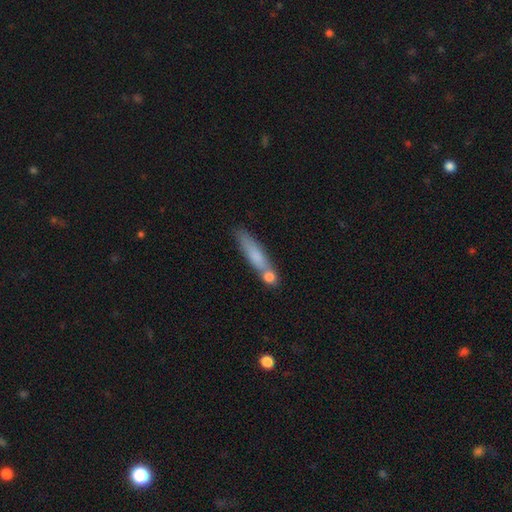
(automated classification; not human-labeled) The model was most divided on "merging": none: 51%, merger: 29%, minor disturbance: 14%, major disturbance: 5%. More confident: how rounded — cigar-shaped (83%); smooth or featured — smooth (69%).